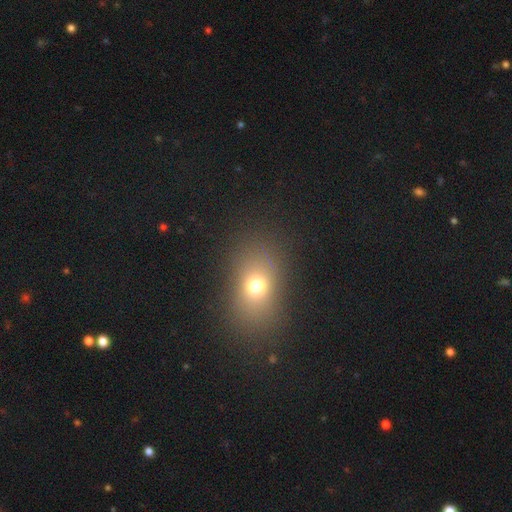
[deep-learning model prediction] smooth-or-featured: smooth: 64% | star or artifact: 23% | featured or disk: 12%
  how-rounded: in between: 67% | round: 29% | cigar-shaped: 3%
  merging: none: 87% | minor disturbance: 8% | major disturbance: 4% | merger: 2%